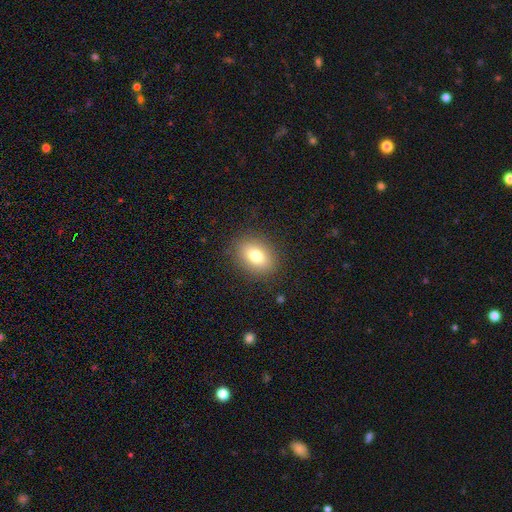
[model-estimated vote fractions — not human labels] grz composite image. It shows a smooth galaxy with no disk features (78%) that is in between round and cigar-shaped (69%). Merging: none (86%).